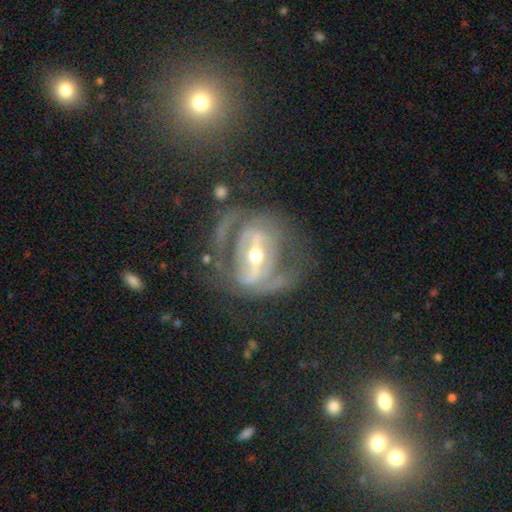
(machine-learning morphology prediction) Q: Smooth or featured?
A: featured or disk (86%); runner-up: smooth (8%)
Q: Edge-on disk?
A: no (94%); runner-up: yes (6%)
Q: Bar?
A: strong (66%); runner-up: weak (24%)
Q: Spiral arms?
A: yes (80%); runner-up: no (20%)
Q: Spiral winding?
A: medium (43%); runner-up: tight (34%)
Q: Spiral arm count?
A: 2 (66%); runner-up: can't tell (16%)
Q: Bulge size?
A: moderate (58%); runner-up: small (37%)
Q: Merging?
A: none (51%); runner-up: major disturbance (27%)